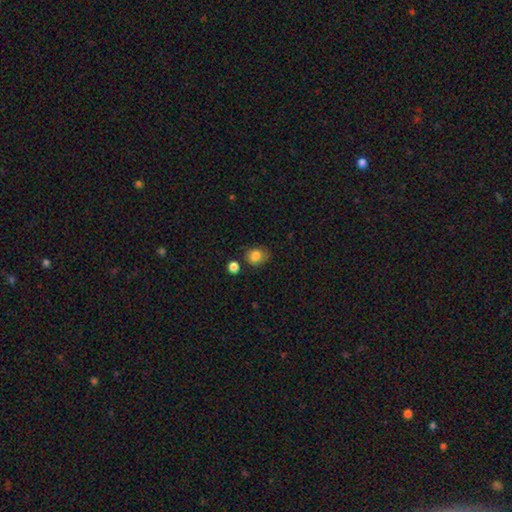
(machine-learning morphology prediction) This is clearly a smooth galaxy (82%). How rounded: possibly round (57%). Merging: likely none (62%).